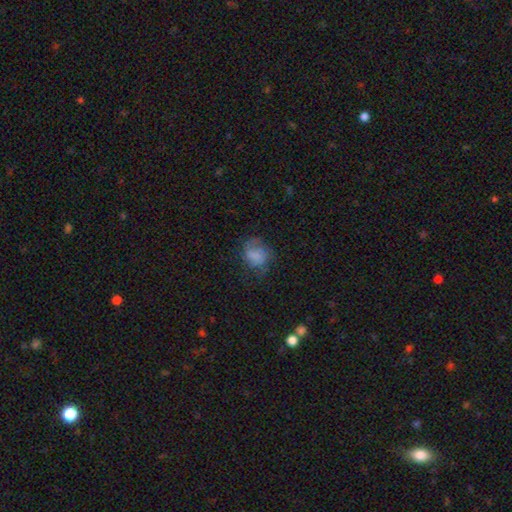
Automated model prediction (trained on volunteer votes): Smooth or featured?
  - smooth: 57% *
  - featured or disk: 32%
  - star or artifact: 12%
How rounded?
  - round: 61% *
  - in between: 37%
  - cigar-shaped: 1%
Merging?
  - none: 51% *
  - minor disturbance: 25%
  - major disturbance: 23%
  - merger: 2%